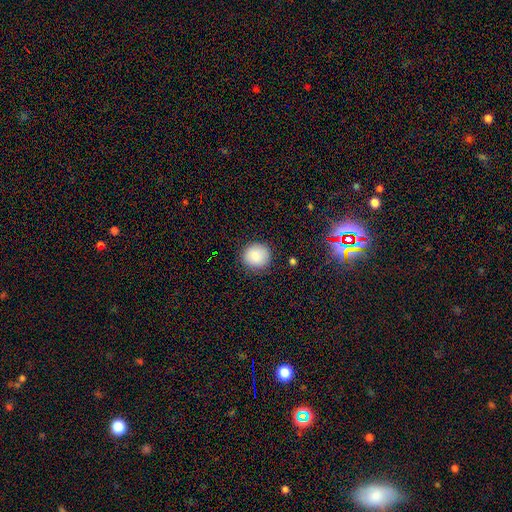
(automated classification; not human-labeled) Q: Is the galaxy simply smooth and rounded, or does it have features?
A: smooth — 85%.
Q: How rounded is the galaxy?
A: round — 90%.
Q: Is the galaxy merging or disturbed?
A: none — 88%.